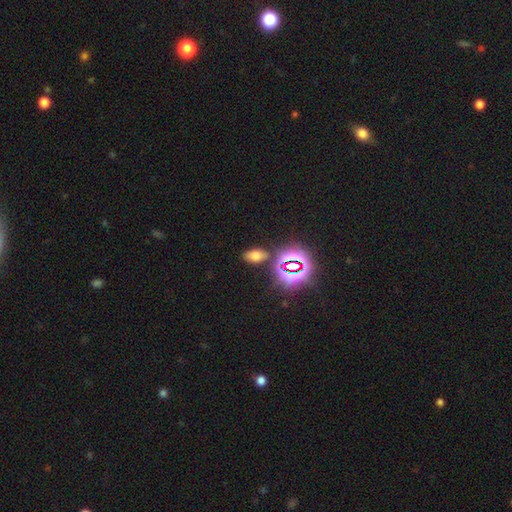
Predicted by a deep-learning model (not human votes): Morphology: type=smooth (60%); roundness=in between (90%); merging=none (82%).